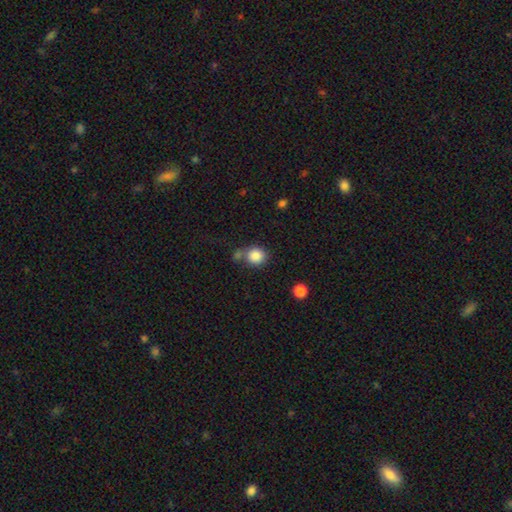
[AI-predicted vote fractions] The model was most divided on "merging": none: 61%, merger: 20%, minor disturbance: 13%, major disturbance: 5%. More confident: how rounded — round (86%); smooth or featured — smooth (85%).